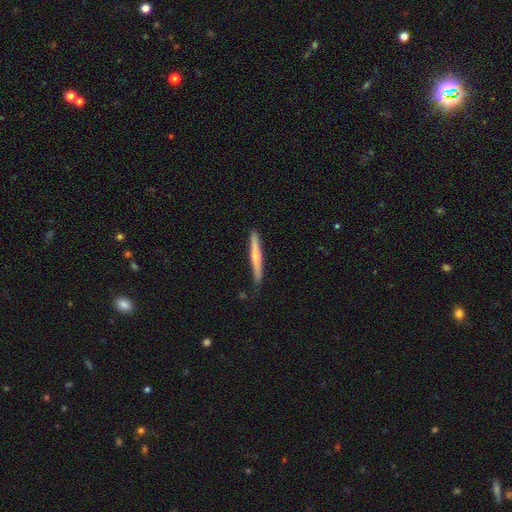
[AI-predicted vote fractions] smooth_or_featured: smooth (p=0.55) [alt: featured or disk p=0.40]
how_rounded: cigar-shaped (p=0.96) [alt: in between p=0.03]
merging: none (p=0.85) [alt: minor disturbance p=0.12]